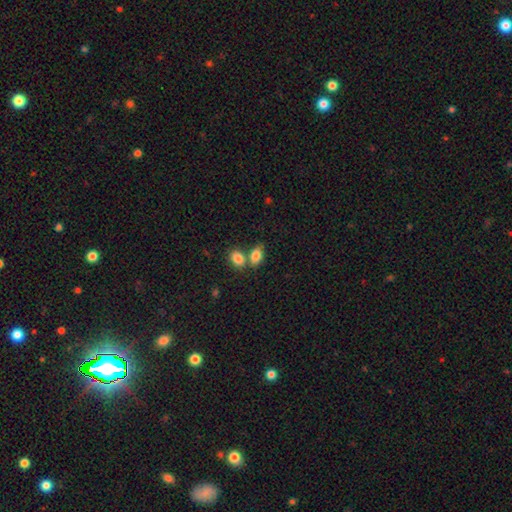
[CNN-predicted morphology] This appears to be a smooth galaxy with no disk features (83%) that is in between round and cigar-shaped (85%). Merging: merger (43%, tied with none).